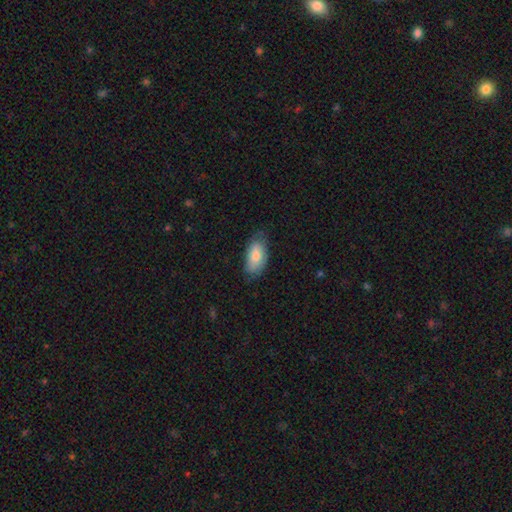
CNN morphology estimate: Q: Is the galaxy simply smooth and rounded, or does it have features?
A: smooth — 76%.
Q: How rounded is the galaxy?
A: in between — 93%.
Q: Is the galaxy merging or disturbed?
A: none — 67%.